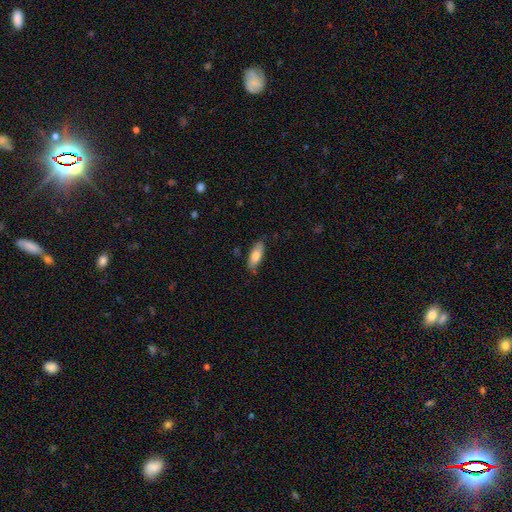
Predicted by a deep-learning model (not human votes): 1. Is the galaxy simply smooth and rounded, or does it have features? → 77% smooth, 18% featured or disk, 6% star or artifact.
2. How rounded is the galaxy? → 76% in between, 22% cigar-shaped, 2% round.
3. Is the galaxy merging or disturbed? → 79% none, 17% minor disturbance, 3% major disturbance, 2% merger.